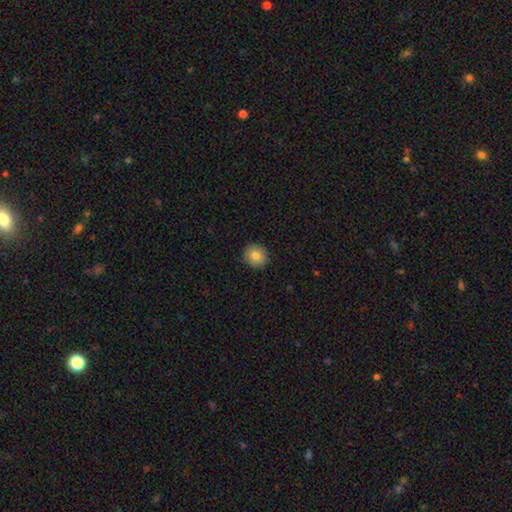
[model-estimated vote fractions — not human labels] A smooth galaxy with no disk features (82%) that is round (90%). Merging: none (91%).